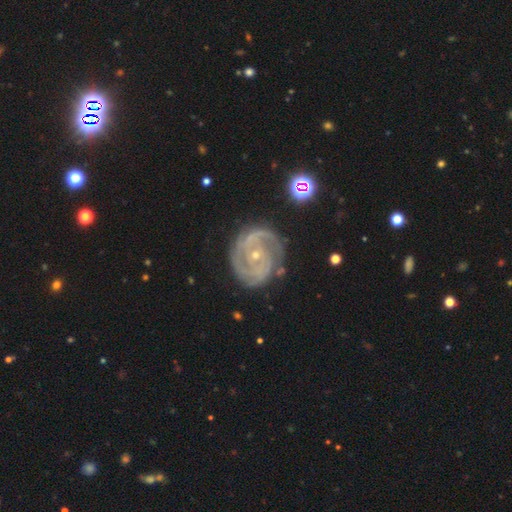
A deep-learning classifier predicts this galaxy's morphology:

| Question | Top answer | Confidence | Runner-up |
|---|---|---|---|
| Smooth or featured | featured or disk | 87% | star or artifact (6%) |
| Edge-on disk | no | 98% | yes (2%) |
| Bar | no | 67% | weak (24%) |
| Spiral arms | yes | 96% | no (4%) |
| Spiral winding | tight | 61% | medium (33%) |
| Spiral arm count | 2 | 53% | 3 (18%) |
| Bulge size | small | 79% | moderate (17%) |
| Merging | none | 72% | minor disturbance (19%) |